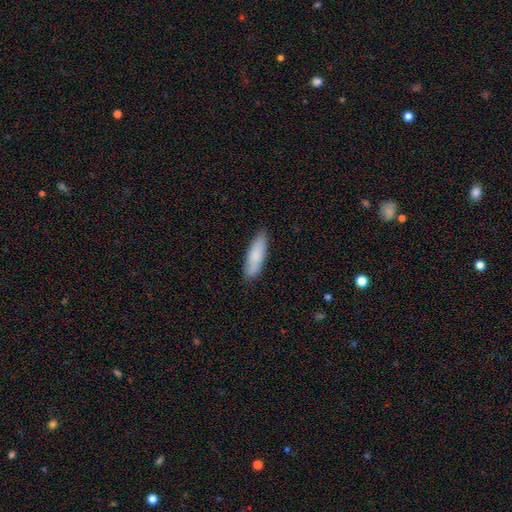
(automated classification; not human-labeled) Overall: smooth (83%). How rounded: in between (51%; cigar-shaped 47%). Merging: none (82%).